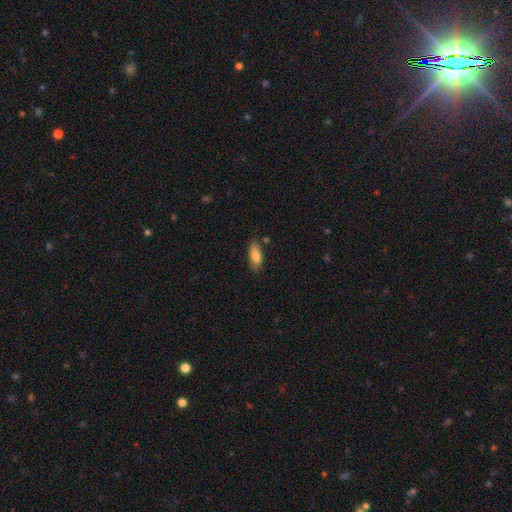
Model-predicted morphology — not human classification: Smooth or featured? smooth (79%)
How rounded? in between (77%)
Merging? none (74%)